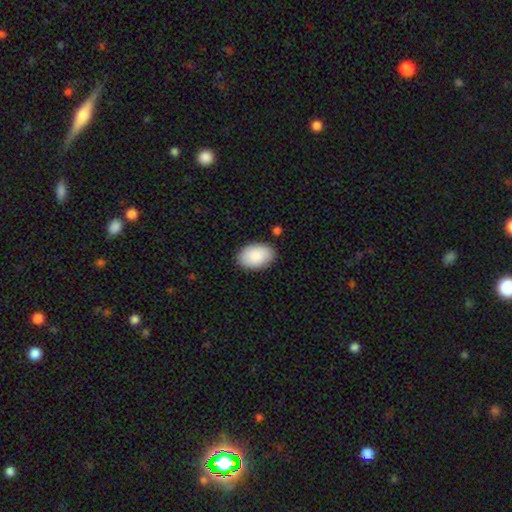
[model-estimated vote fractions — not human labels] smooth_or_featured: smooth (p=0.89) [alt: star or artifact p=0.05]
how_rounded: in between (p=0.92) [alt: round p=0.07]
merging: none (p=0.86) [alt: minor disturbance p=0.10]